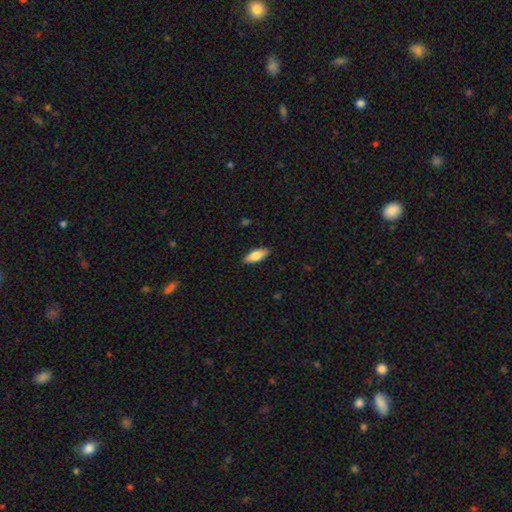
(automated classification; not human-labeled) smooth 74%, featured or disk 20%, star or artifact 6%. Down the decision tree: how rounded — in between (67%); merging — none (89%).